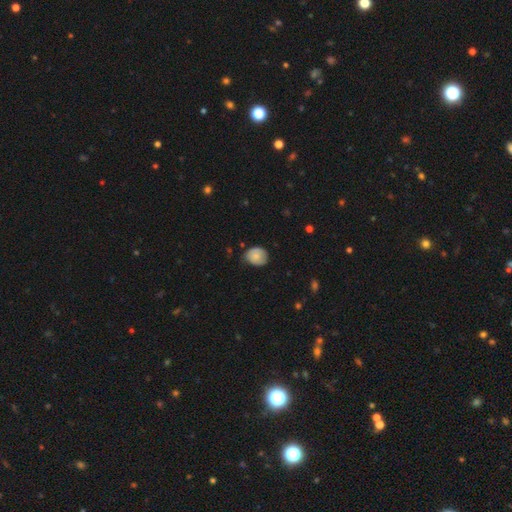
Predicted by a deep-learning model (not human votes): A smooth galaxy with no disk features (71%) that is round (56%). Merging: none (59%).